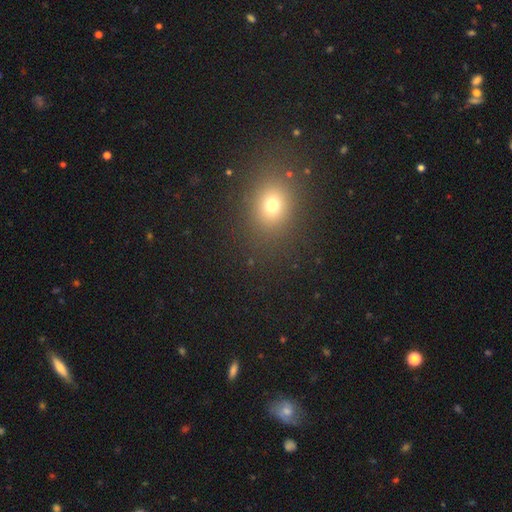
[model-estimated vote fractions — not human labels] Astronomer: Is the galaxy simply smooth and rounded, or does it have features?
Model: smooth — 65%.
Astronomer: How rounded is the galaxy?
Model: round — 56% (runner-up: in between, 43%).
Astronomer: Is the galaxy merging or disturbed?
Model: none — 88%.